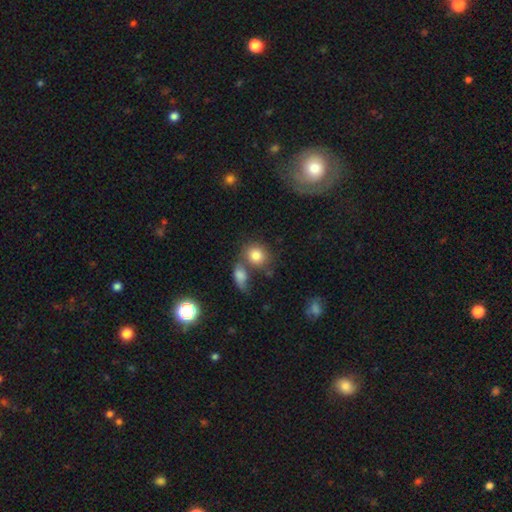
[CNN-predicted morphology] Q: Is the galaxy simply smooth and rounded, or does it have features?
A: smooth — 81%.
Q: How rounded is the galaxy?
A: round — 70%.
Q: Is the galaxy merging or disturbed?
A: none — 48%.